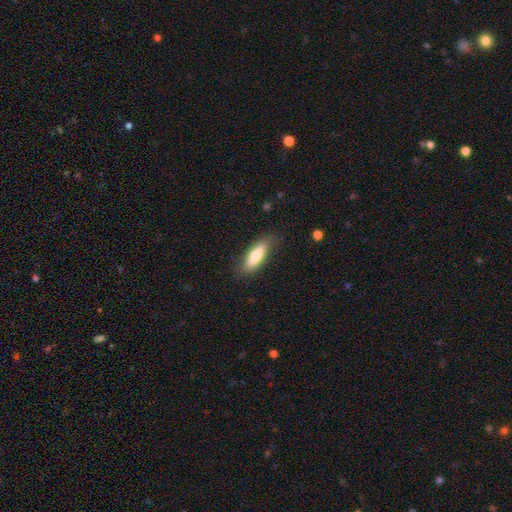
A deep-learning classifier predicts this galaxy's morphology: This is likely a smooth galaxy (71%). How rounded: possibly in between (57%). Merging: clearly none (80%).